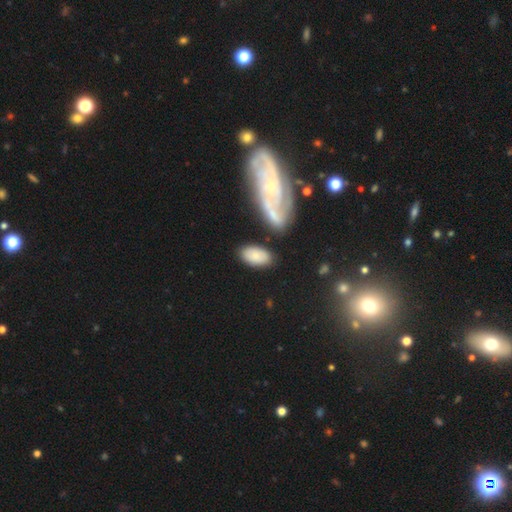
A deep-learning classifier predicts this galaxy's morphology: Smooth or featured? smooth (77%)
How rounded? in between (94%)
Merging? none (74%)